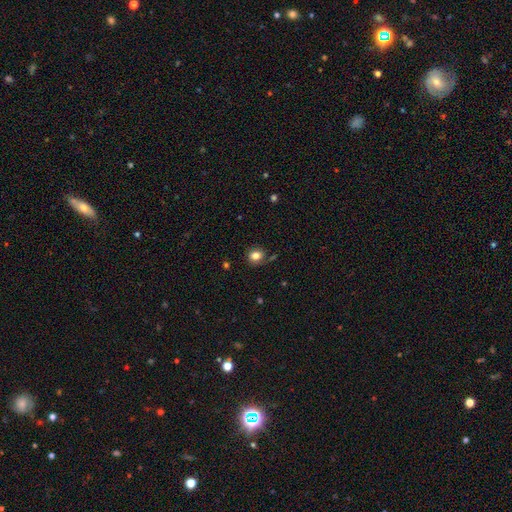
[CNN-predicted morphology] type=smooth (81%); roundness=round (75%); merging=none (77%).